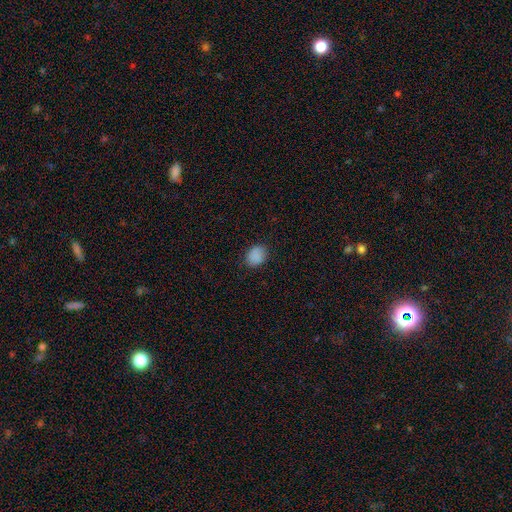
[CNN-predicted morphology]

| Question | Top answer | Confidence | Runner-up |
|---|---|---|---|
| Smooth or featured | smooth | 88% | star or artifact (9%) |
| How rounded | in between | 54% | round (45%) |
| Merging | none | 83% | minor disturbance (13%) |